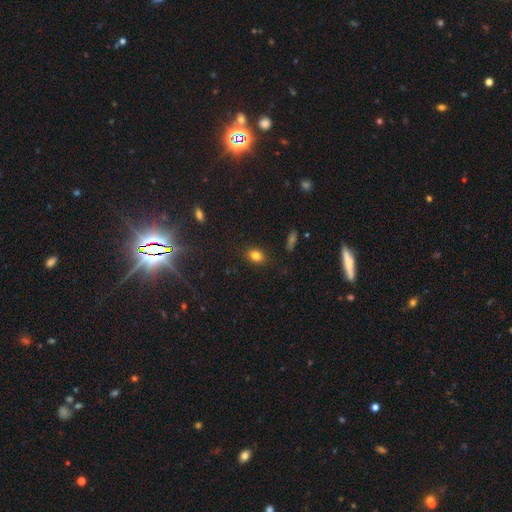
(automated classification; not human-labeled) The model was most divided on "how rounded": in between: 72%, round: 26%, cigar-shaped: 2%. More confident: merging — none (86%); smooth or featured — smooth (80%).